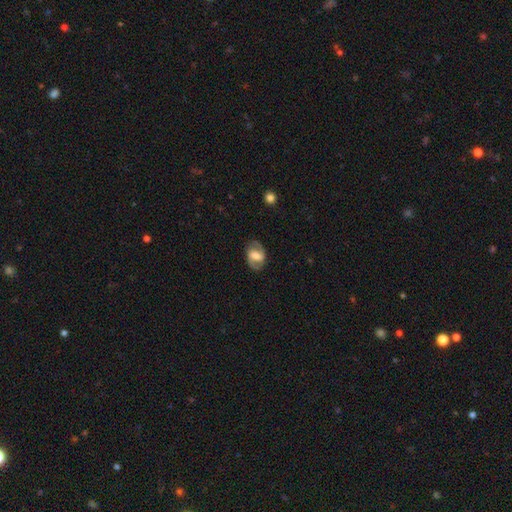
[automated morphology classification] Smooth or featured?
  - featured or disk: 65% *
  - smooth: 28%
  - star or artifact: 7%
Edge-on disk?
  - no: 96% *
  - yes: 4%
Bar?
  - weak: 42% *
  - strong: 39%
  - no: 19%
Spiral arms?
  - yes: 83% *
  - no: 17%
Spiral winding?
  - medium: 50% *
  - tight: 26%
  - loose: 24%
Spiral arm count?
  - 2: 88% *
  - can't tell: 7%
  - 1: 3%
  - 3: 1%
  - 4: 1%
  - more than 4: 1%
Bulge size?
  - moderate: 35% *
  - large: 31%
  - small: 17%
  - none: 12%
  - dominant: 4%
Merging?
  - none: 79% *
  - minor disturbance: 14%
  - major disturbance: 6%
  - merger: 1%